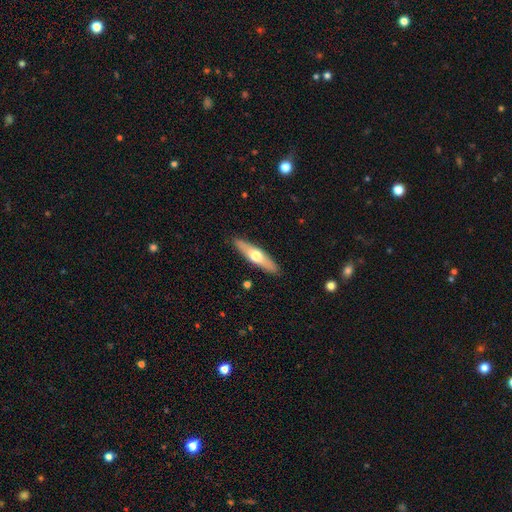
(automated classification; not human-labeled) smooth_or_featured: smooth (p=0.51) [alt: featured or disk p=0.44]
how_rounded: cigar-shaped (p=0.74) [alt: in between p=0.24]
merging: none (p=0.90) [alt: minor disturbance p=0.08]